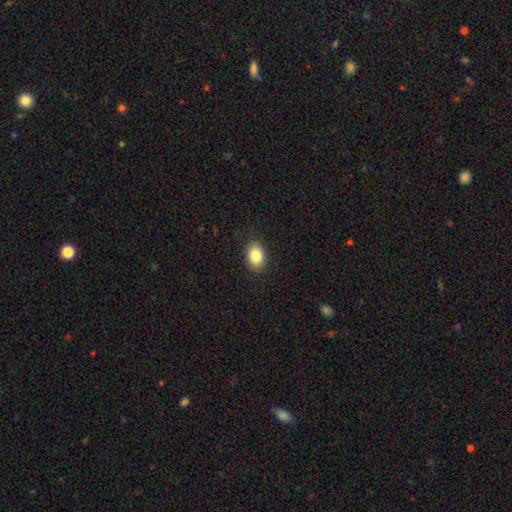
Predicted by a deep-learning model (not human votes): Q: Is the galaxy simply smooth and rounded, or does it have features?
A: smooth — 85%.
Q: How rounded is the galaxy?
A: in between — 78%.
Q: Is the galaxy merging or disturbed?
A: none — 87%.